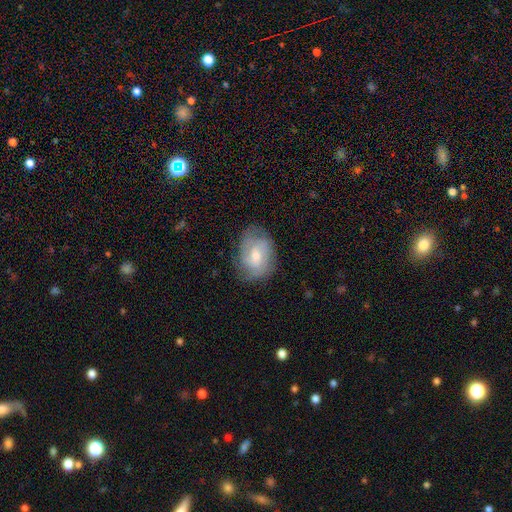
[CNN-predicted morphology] The model was most divided on "bulge size" (2-way tie): moderate: 48%, small: 48%, large: 2%, none: 1%, dominant: 1%. Remaining: edge-on disk — no (96%); spiral arms — yes (83%); merging — none (71%); smooth or featured — featured or disk (61%); bar — no (50%).